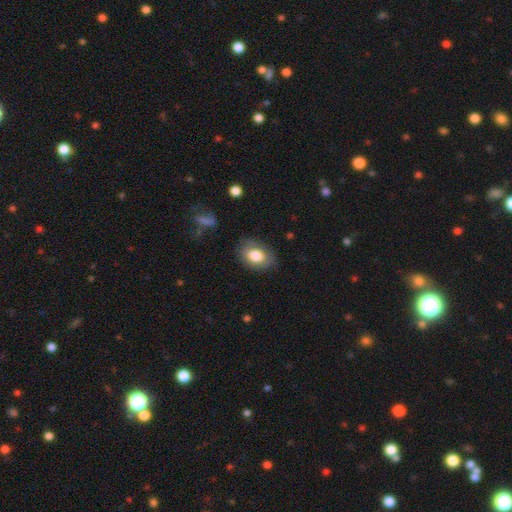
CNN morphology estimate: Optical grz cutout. It shows a smooth galaxy with no disk features (75%) that is in between round and cigar-shaped (77%). Merging: none (79%).